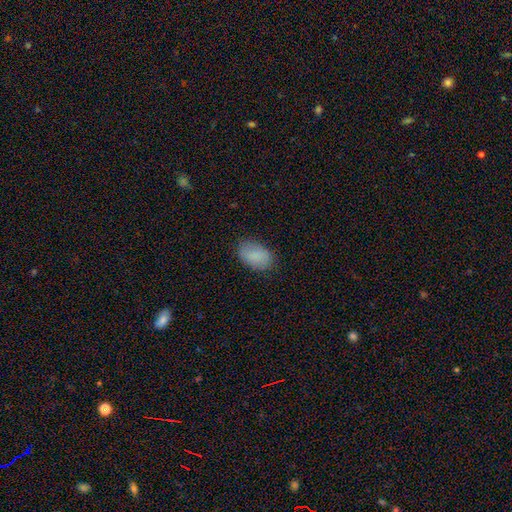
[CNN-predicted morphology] The model was most divided on "merging": none: 82%, minor disturbance: 14%, major disturbance: 3%, merger: 1%. More confident: how rounded — in between (90%); smooth or featured — smooth (87%).